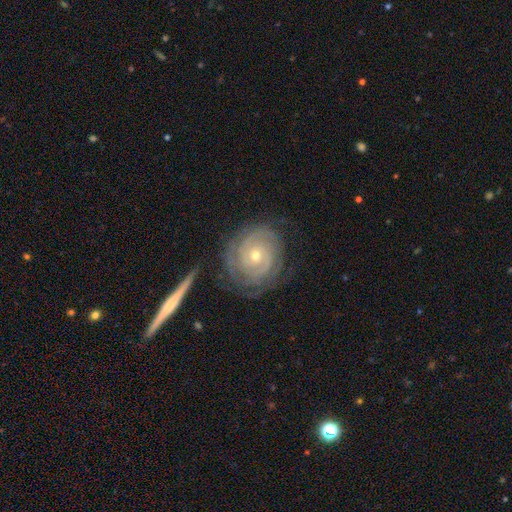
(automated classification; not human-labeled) Smooth or featured: featured or disk — 87% (smooth — 8%)
Edge-on disk: no — 97% (yes — 3%)
Bar: no — 79% (weak — 16%)
Spiral arms: yes — 96% (no — 4%)
Spiral winding: tight — 81% (medium — 15%)
Spiral arm count: 2 — 36% (can't tell — 24%)
Bulge size: small — 61% (moderate — 36%)
Merging: none — 75% (minor disturbance — 15%)